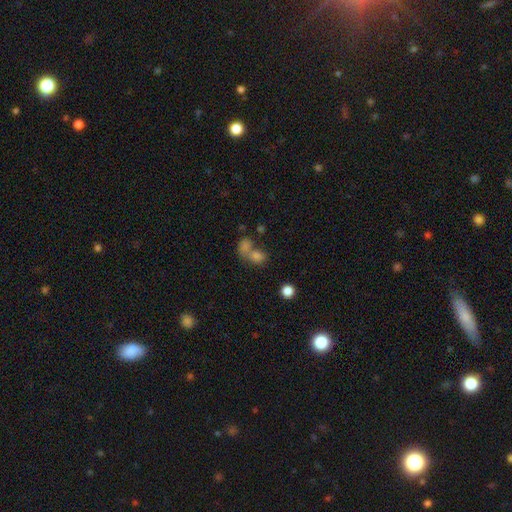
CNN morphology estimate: smooth 73%, star or artifact 16%, featured or disk 12%. Down the decision tree: how rounded — round (50%); merging — merger (55%).